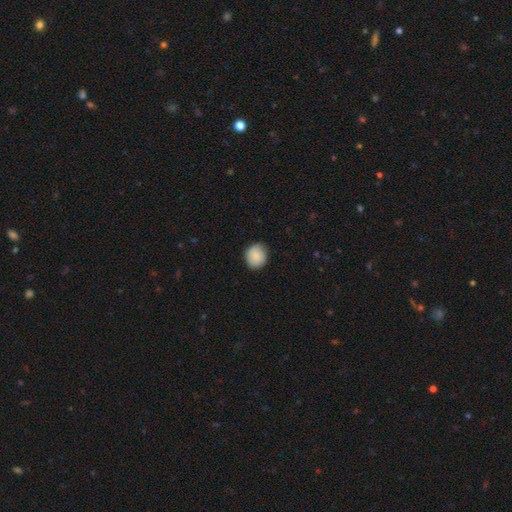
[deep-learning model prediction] Q: Smooth or featured?
A: smooth (85%); runner-up: featured or disk (8%)
Q: How rounded?
A: round (76%); runner-up: in between (23%)
Q: Merging?
A: none (83%); runner-up: minor disturbance (14%)